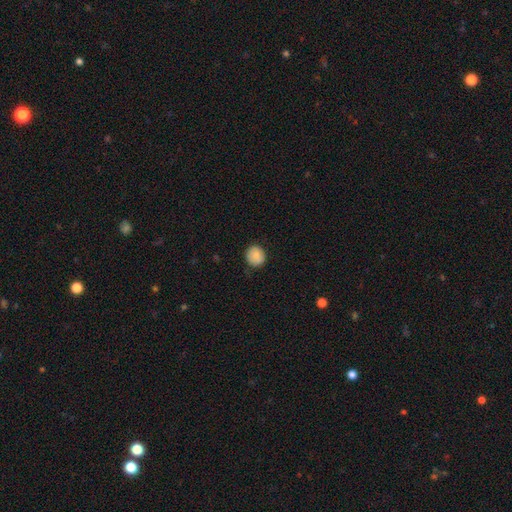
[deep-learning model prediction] Smooth or featured: smooth — 85% (star or artifact — 8%)
How rounded: round — 85% (in between — 14%)
Merging: none — 82% (minor disturbance — 15%)